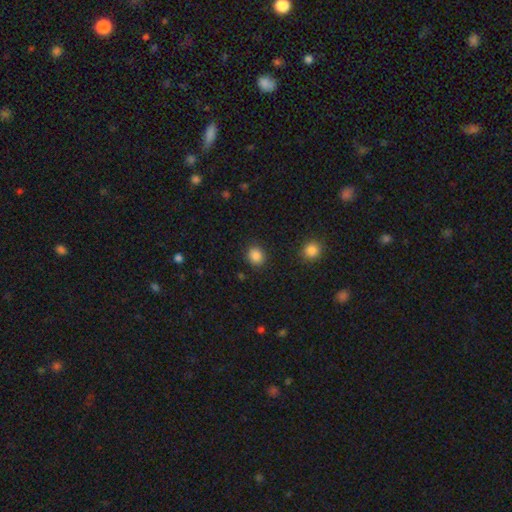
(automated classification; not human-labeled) Morphology: type=smooth (87%); roundness=round (73%); merging=none (88%).